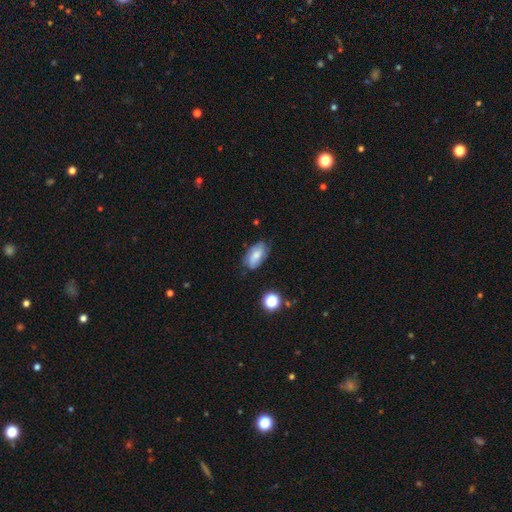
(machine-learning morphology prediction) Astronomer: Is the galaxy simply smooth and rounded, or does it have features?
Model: smooth — 55% (runner-up: featured or disk, 36%).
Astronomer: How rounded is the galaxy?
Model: in between — 90%.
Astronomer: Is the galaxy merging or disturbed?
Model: none — 70%.